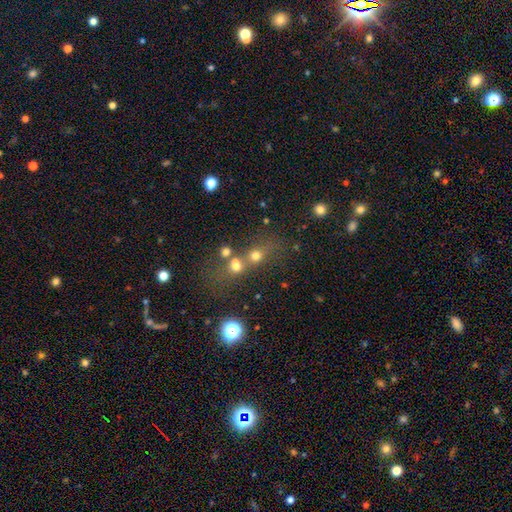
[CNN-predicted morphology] Smooth or featured? Predicted: smooth (p=0.62). How rounded? Predicted: round (p=0.73). Merging? Predicted: merger (p=0.43).